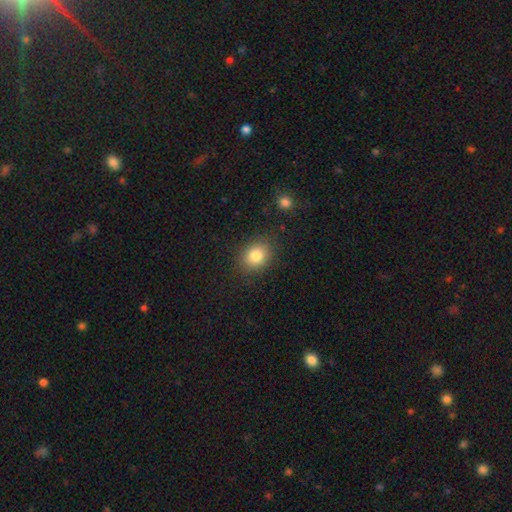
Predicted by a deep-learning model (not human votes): The model was most divided on "how rounded": round: 54%, in between: 45%, cigar-shaped: 1%. More confident: merging — none (85%); smooth or featured — smooth (83%).